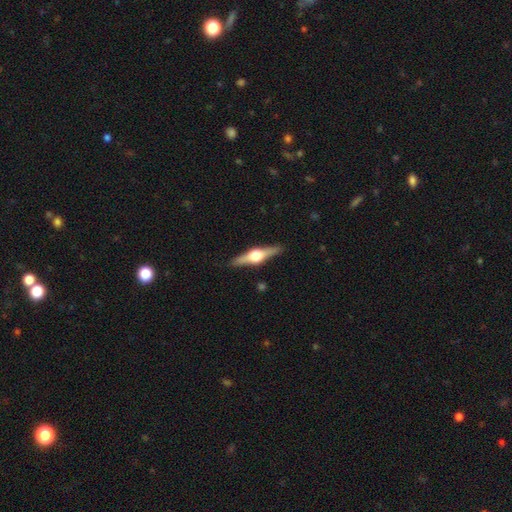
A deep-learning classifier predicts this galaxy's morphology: Smooth or featured: featured or disk — 76% (smooth — 18%)
Edge-on disk: yes — 98% (no — 2%)
Edge-on bulge: rounded — 95% (boxy — 4%)
Merging: none — 90% (minor disturbance — 7%)